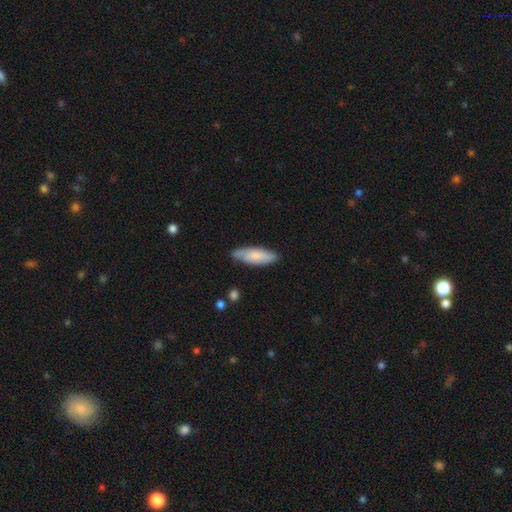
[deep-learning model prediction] The model was most divided on "how rounded": in between: 61%, cigar-shaped: 38%, round: 2%. More confident: smooth or featured — smooth (75%); merging — none (74%).